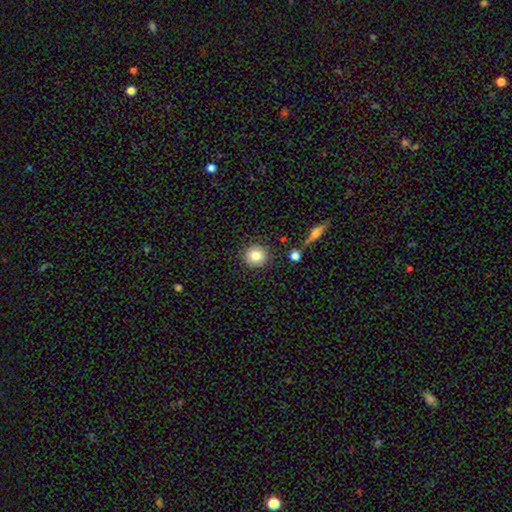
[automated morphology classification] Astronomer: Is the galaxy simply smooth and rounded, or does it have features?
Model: smooth — 82%.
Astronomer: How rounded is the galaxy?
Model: round — 92%.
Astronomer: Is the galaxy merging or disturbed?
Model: none — 87%.